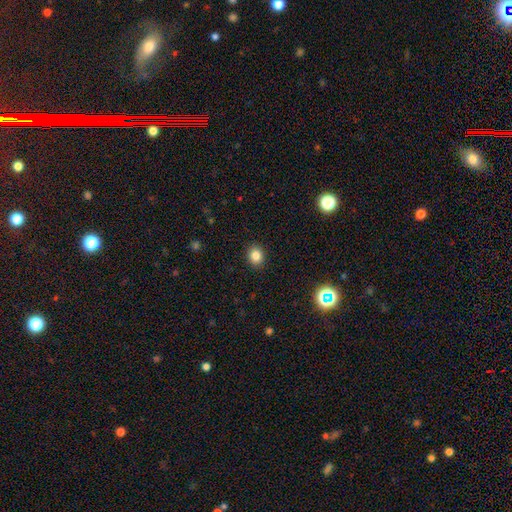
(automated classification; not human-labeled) smooth-or-featured: smooth: 83% | star or artifact: 12% | featured or disk: 5%
  how-rounded: round: 65% | in between: 34% | cigar-shaped: 1%
  merging: none: 91% | minor disturbance: 6% | major disturbance: 2% | merger: 1%